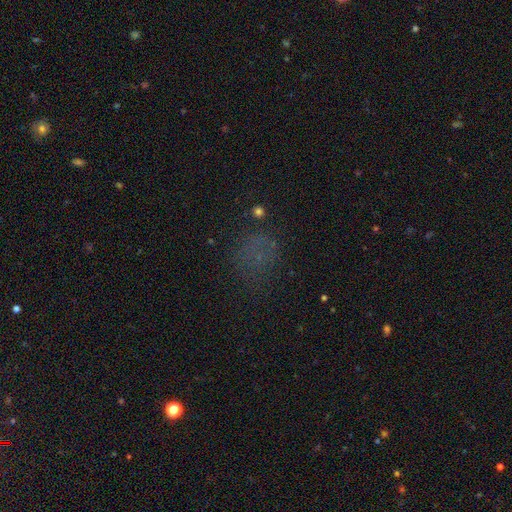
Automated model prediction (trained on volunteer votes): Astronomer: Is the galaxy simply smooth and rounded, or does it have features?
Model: smooth — 48% (runner-up: star or artifact, 37%).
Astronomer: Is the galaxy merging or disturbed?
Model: none — 64%.